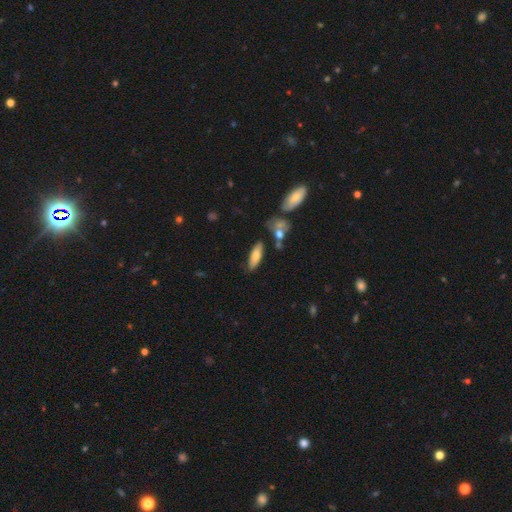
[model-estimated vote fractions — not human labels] A smooth galaxy with no disk features (73%) that is in between round and cigar-shaped (58%).

Vote fractions:
- Smooth or featured? smooth: 73% / featured or disk: 19% / star or artifact: 7%
- How rounded? in between: 58% / cigar-shaped: 40% / round: 2%
- Merging? none: 73% / minor disturbance: 15% / merger: 8% / major disturbance: 4%